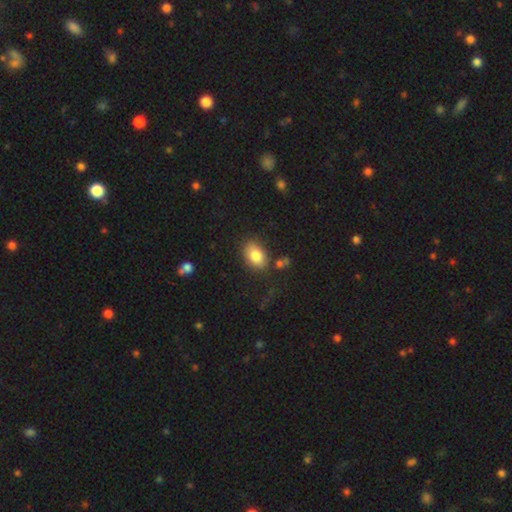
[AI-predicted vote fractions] Overall: smooth (83%). How rounded: in between (86%). Merging: none (75%).